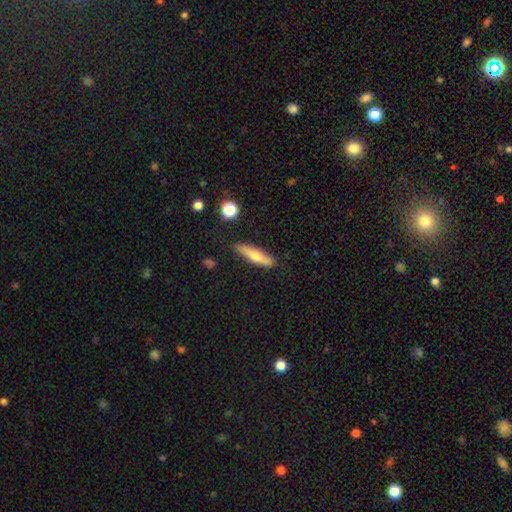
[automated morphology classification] A smooth galaxy with no disk features (56%) that is cigar-shaped (79%).

Vote fractions:
- Smooth or featured? smooth: 56% / featured or disk: 37% / star or artifact: 6%
- How rounded? cigar-shaped: 79% / in between: 19% / round: 2%
- Merging? none: 83% / minor disturbance: 13% / major disturbance: 2% / merger: 2%